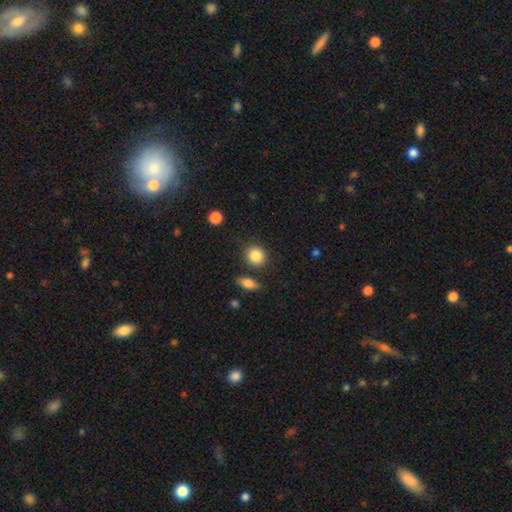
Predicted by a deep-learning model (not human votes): A smooth galaxy with no disk features (86%) that is round (84%). Merging: none (81%).